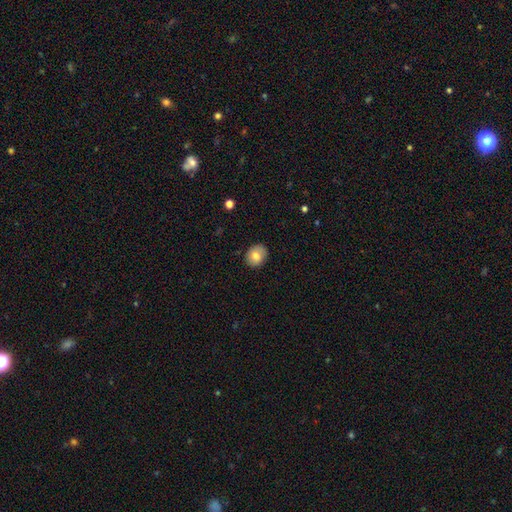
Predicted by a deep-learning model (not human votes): Smooth or featured? smooth (79%)
How rounded? round (59%)
Merging? none (85%)